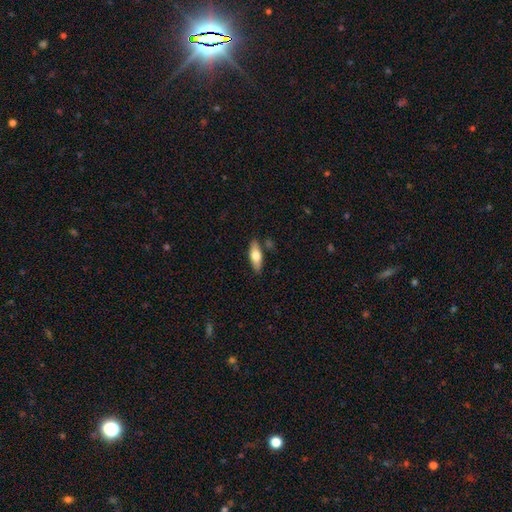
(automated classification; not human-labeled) Overall: smooth (63%; featured or disk 31%). How rounded: in between (60%; cigar-shaped 37%). Merging: none (82%).